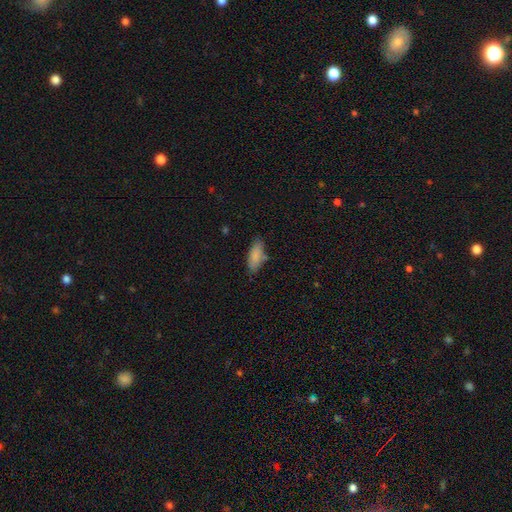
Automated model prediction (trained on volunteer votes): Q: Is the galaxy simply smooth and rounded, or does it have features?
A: smooth — 85%.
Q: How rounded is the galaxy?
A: in between — 78%.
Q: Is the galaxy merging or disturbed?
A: none — 70%.